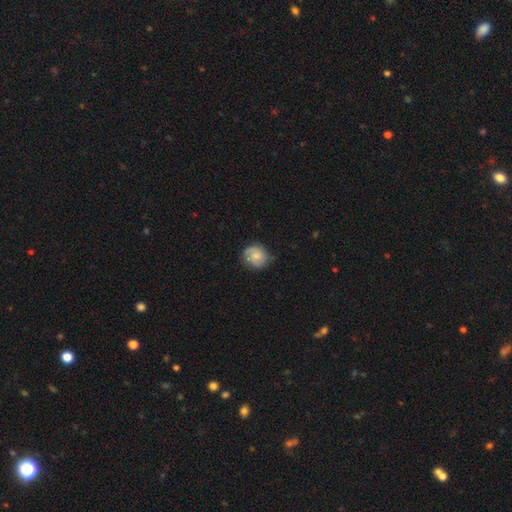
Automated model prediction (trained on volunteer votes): This appears to be a smooth galaxy with no disk features (59%) that is round (80%). Merging: none (74%).